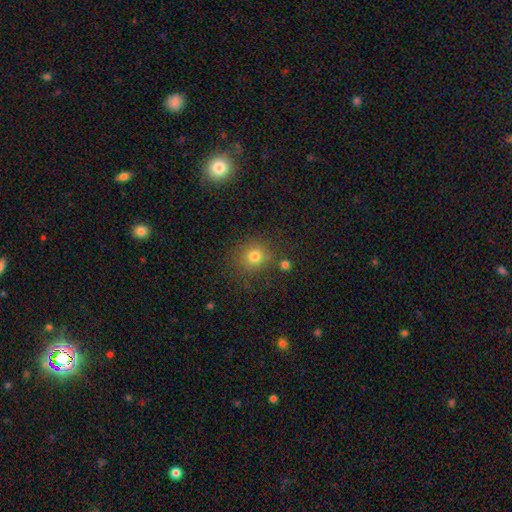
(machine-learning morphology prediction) A smooth galaxy with no disk features (74%) that is round (84%).

Vote fractions:
- Smooth or featured? smooth: 74% / star or artifact: 18% / featured or disk: 7%
- How rounded? round: 84% / in between: 15% / cigar-shaped: 1%
- Merging? none: 81% / minor disturbance: 10% / merger: 5% / major disturbance: 3%